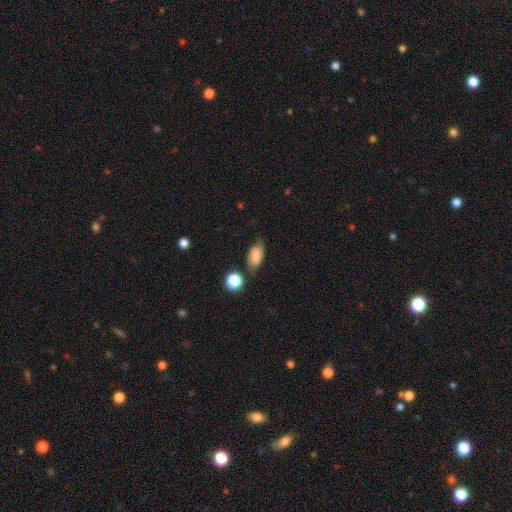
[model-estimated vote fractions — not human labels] This is likely a smooth galaxy (78%). How rounded: clearly in between (88%). Merging: likely none (70%).